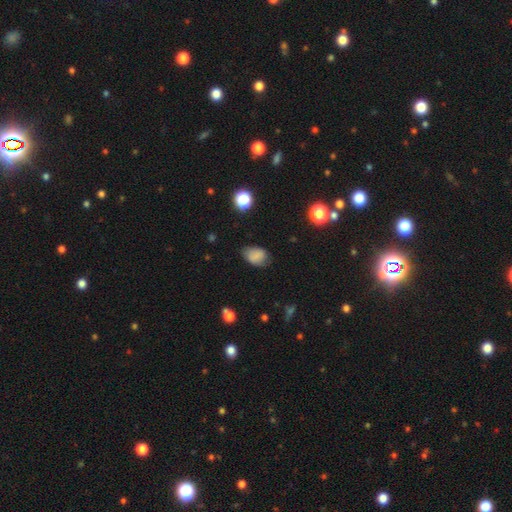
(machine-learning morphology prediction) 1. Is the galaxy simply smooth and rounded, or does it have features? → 80% smooth, 11% star or artifact, 9% featured or disk.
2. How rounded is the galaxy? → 75% in between, 23% round, 1% cigar-shaped.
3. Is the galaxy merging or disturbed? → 66% none, 27% minor disturbance, 6% major disturbance, 2% merger.